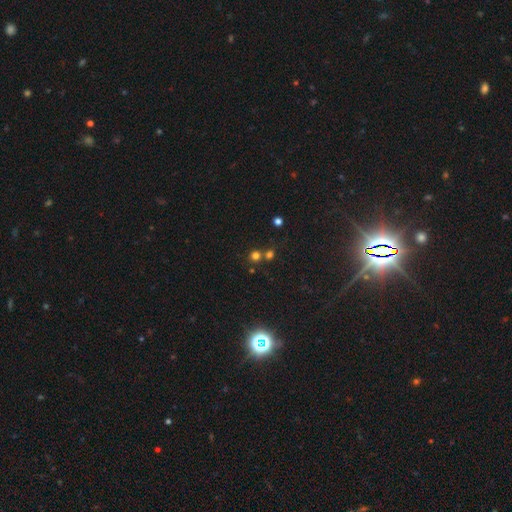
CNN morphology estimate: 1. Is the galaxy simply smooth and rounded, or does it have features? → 65% smooth, 27% star or artifact, 8% featured or disk.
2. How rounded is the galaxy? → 90% round, 9% in between, 1% cigar-shaped.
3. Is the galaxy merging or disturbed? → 61% none, 30% merger, 7% minor disturbance, 3% major disturbance.